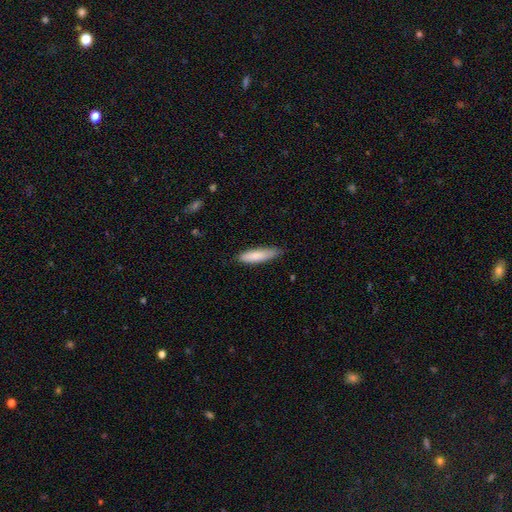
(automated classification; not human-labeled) Smooth or featured? Predicted: smooth (p=0.83). How rounded? Predicted: cigar-shaped (p=0.74). Merging? Predicted: none (p=0.75).